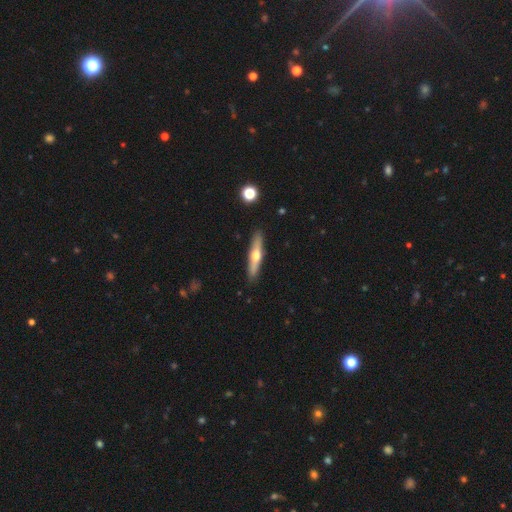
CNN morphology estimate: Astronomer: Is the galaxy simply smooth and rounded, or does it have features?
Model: featured or disk — 53% (runner-up: smooth, 42%).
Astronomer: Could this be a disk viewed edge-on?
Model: yes — 91%.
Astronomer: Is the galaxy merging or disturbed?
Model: none — 90%.